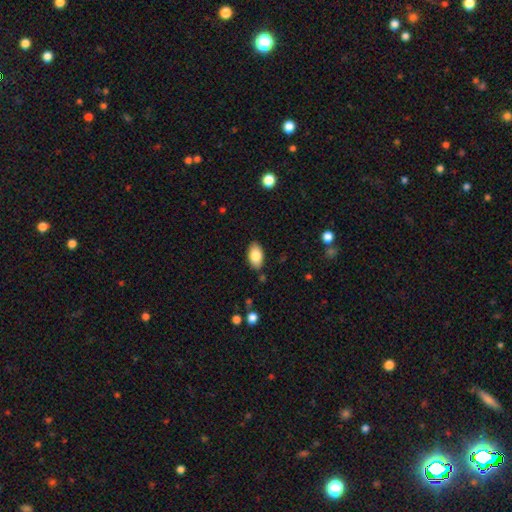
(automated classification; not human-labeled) Smooth or featured? smooth (82%)
How rounded? in between (94%)
Merging? none (86%)